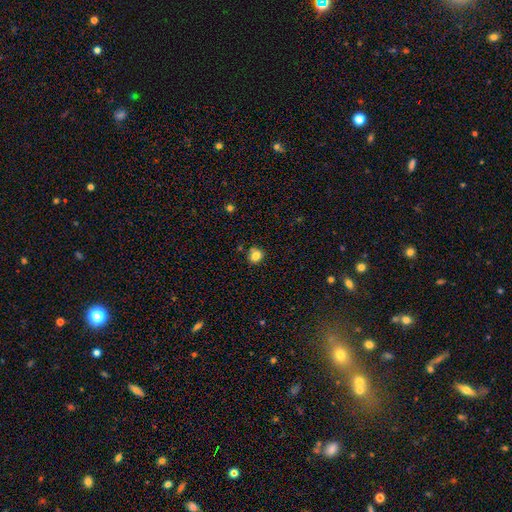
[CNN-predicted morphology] Smooth or featured? smooth (82%)
How rounded? round (77%)
Merging? none (76%)